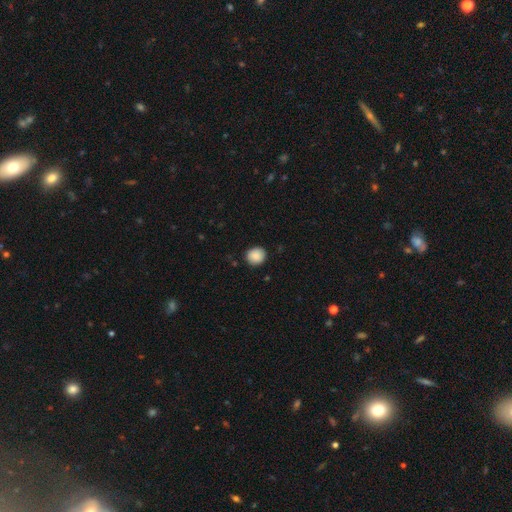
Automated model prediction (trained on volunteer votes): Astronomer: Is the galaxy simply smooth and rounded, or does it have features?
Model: smooth — 88%.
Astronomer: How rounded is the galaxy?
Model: round — 85%.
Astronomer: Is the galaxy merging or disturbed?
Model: none — 89%.